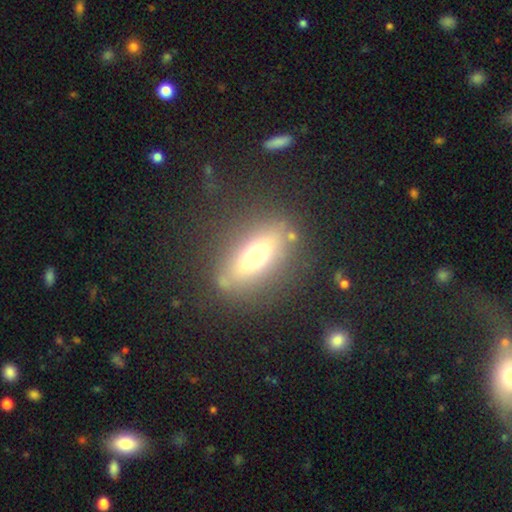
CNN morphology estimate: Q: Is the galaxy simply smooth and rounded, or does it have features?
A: smooth — 50%.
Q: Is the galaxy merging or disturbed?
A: none — 80%.